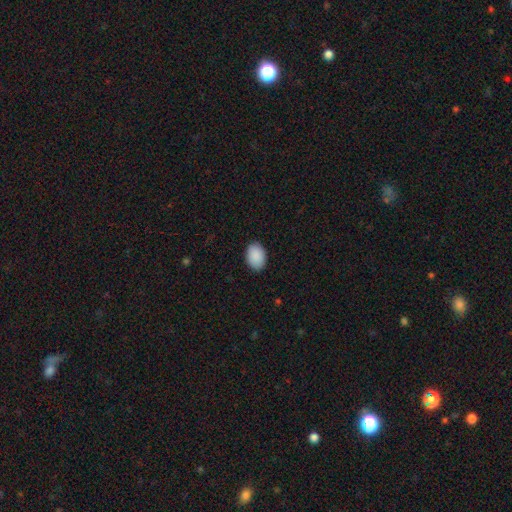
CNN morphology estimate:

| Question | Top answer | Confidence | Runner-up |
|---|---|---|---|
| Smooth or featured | smooth | 91% | star or artifact (6%) |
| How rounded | in between | 83% | round (16%) |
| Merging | none | 89% | minor disturbance (9%) |